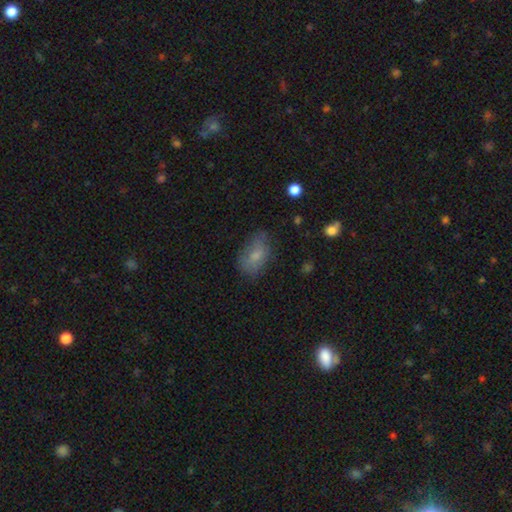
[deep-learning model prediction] A smooth galaxy with no disk features (74%) that is in between round and cigar-shaped (89%).

Vote fractions:
- Smooth or featured? smooth: 74% / featured or disk: 17% / star or artifact: 9%
- How rounded? in between: 89% / round: 8% / cigar-shaped: 3%
- Merging? none: 63% / minor disturbance: 26% / major disturbance: 9% / merger: 2%